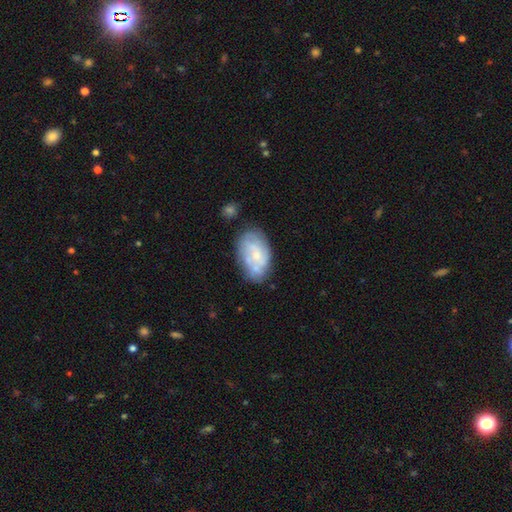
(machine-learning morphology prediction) smooth_or_featured: featured or disk (p=0.56) [alt: smooth p=0.37]
disk_edge_on: no (p=0.96) [alt: yes p=0.04]
bar: no (p=0.73) [alt: weak p=0.23]
has_spiral_arms: yes (p=0.56) [alt: no p=0.44]
bulge_size: small (p=0.53) [alt: moderate p=0.28]
merging: none (p=0.60) [alt: minor disturbance p=0.24]